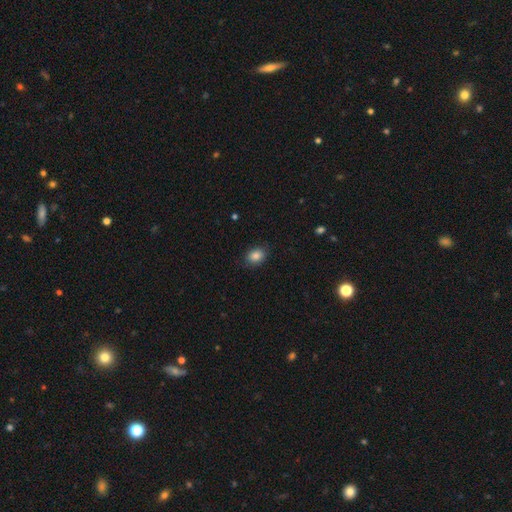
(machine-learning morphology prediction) smooth-or-featured: smooth: 86% | star or artifact: 9% | featured or disk: 5%
  how-rounded: in between: 62% | round: 37% | cigar-shaped: 1%
  merging: none: 84% | minor disturbance: 12% | major disturbance: 3% | merger: 1%